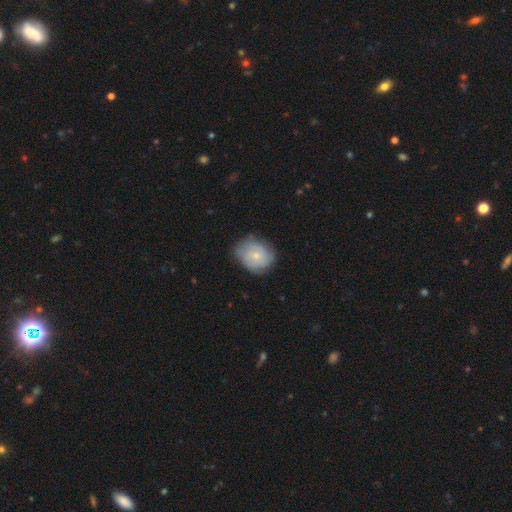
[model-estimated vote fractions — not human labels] Smooth or featured? smooth (56%)
How rounded? round (60%)
Merging? none (63%)